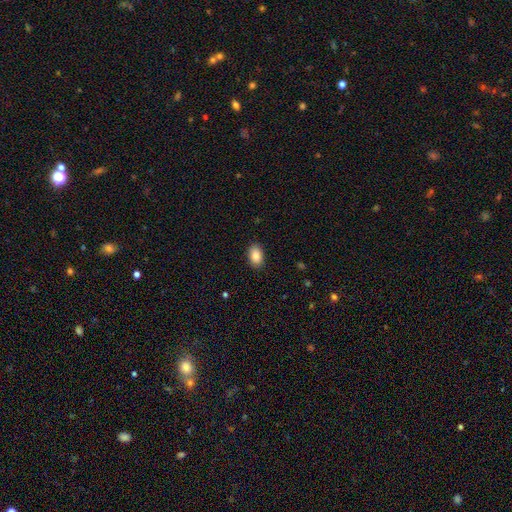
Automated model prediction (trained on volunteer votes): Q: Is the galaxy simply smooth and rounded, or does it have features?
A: smooth — 87%.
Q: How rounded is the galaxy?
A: in between — 90%.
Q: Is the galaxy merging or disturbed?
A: none — 89%.